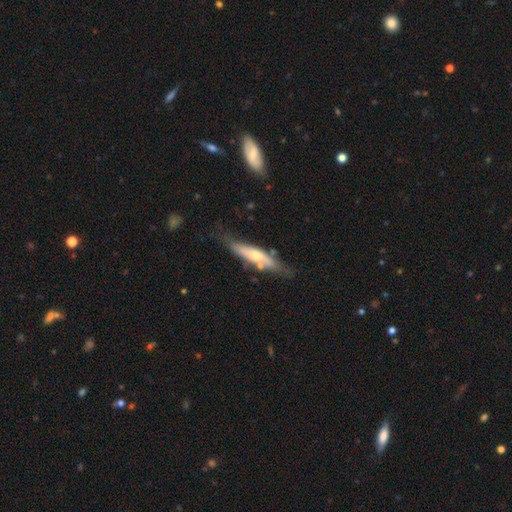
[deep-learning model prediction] Smooth or featured?
  - featured or disk: 50% *
  - smooth: 45%
  - star or artifact: 6%
Merging?
  - none: 57% *
  - minor disturbance: 26%
  - merger: 9%
  - major disturbance: 8%